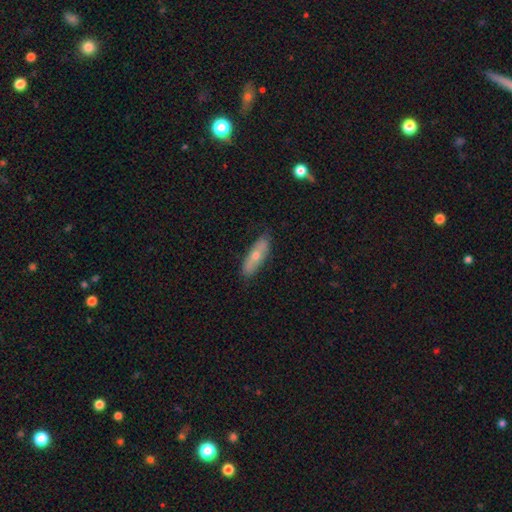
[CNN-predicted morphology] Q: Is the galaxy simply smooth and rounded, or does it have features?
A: smooth — 57%.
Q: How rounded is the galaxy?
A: cigar-shaped — 50%.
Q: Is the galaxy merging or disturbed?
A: none — 82%.